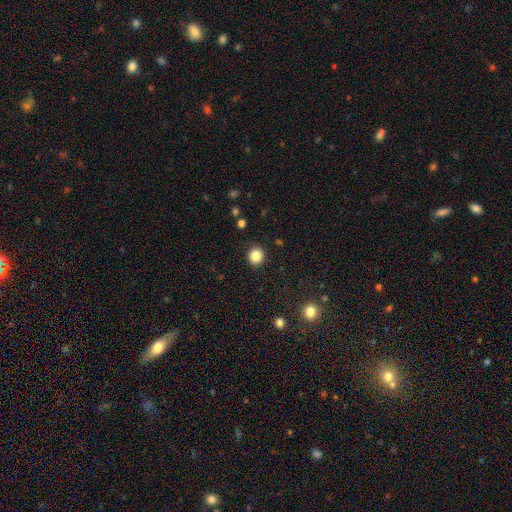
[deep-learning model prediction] smooth 85%, star or artifact 11%, featured or disk 4%. Down the decision tree: how rounded — round (83%); merging — none (91%).